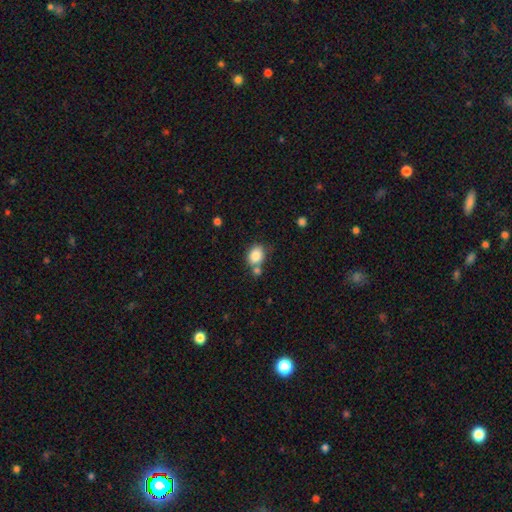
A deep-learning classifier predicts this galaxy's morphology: A smooth galaxy with no disk features (84%) that is round (52%).

Vote fractions:
- Smooth or featured? smooth: 84% / star or artifact: 9% / featured or disk: 7%
- How rounded? round: 52% / in between: 48% / cigar-shaped: 1%
- Merging? none: 58% / merger: 24% / minor disturbance: 14% / major disturbance: 4%